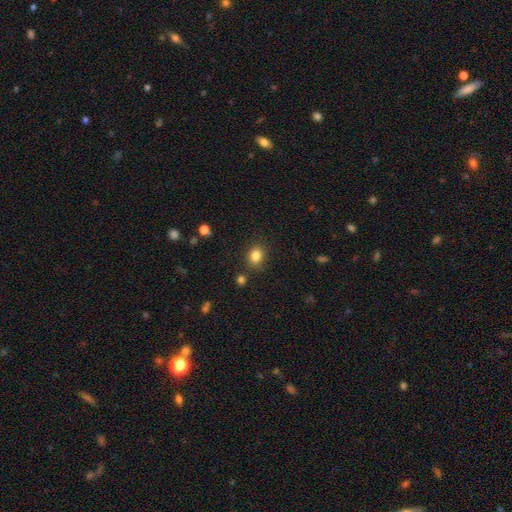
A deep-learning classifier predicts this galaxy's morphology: Smooth or featured? Predicted: smooth (p=0.83). How rounded? Predicted: round (p=0.58). Merging? Predicted: none (p=0.83).